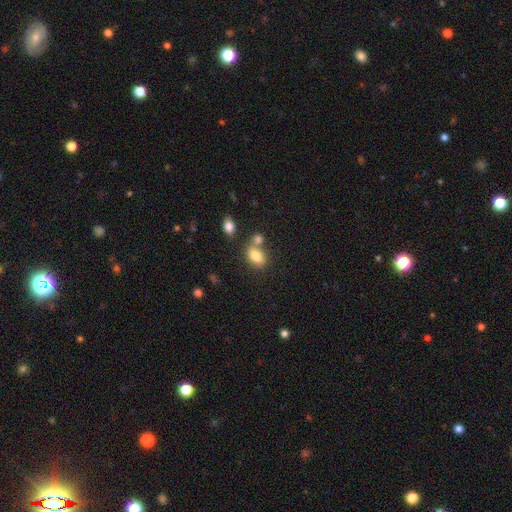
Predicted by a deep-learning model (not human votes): A smooth galaxy with no disk features (81%) that is in between round and cigar-shaped (84%).

Vote fractions:
- Smooth or featured? smooth: 81% / star or artifact: 9% / featured or disk: 9%
- How rounded? in between: 84% / round: 14% / cigar-shaped: 3%
- Merging? none: 52% / merger: 30% / minor disturbance: 14% / major disturbance: 5%